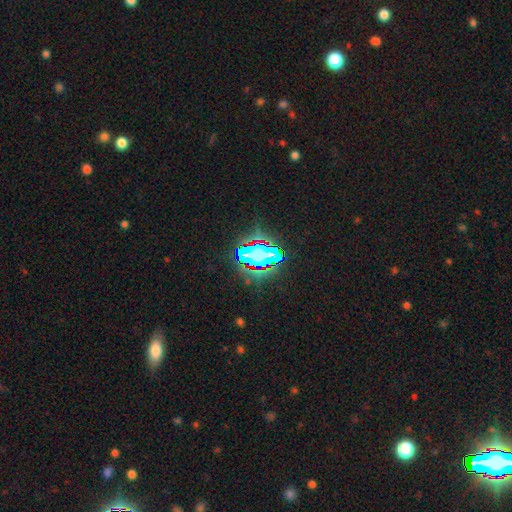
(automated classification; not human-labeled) star or artifact 63%, smooth 20%, featured or disk 17%.